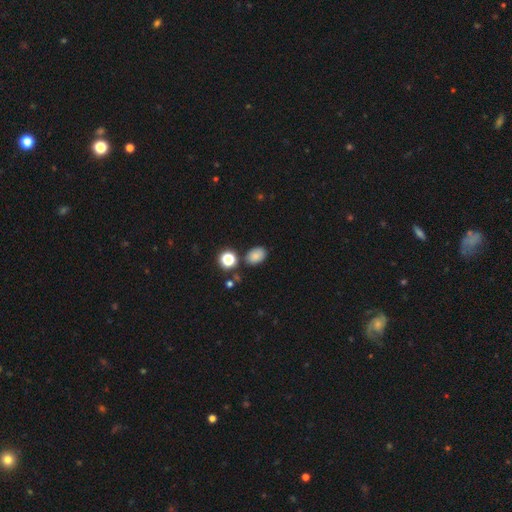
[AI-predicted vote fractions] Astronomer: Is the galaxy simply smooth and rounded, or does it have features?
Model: smooth — 81%.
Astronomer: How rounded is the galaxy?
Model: in between — 78%.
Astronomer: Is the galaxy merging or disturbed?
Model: none — 81%.